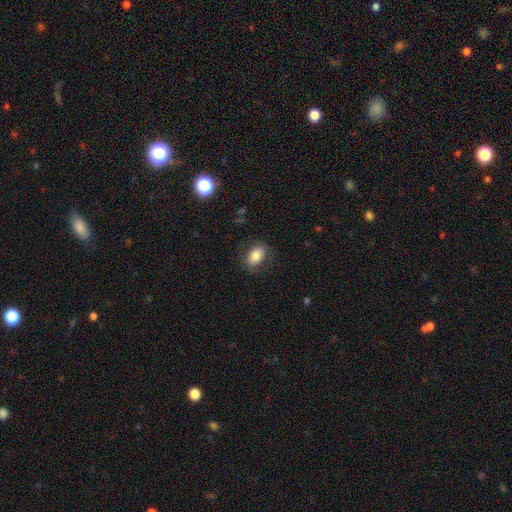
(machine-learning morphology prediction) Smooth or featured? Predicted: smooth (p=0.79). How rounded? Predicted: in between (p=0.85). Merging? Predicted: none (p=0.80).